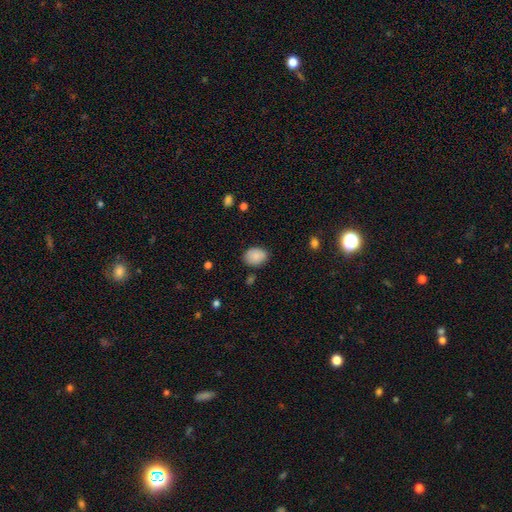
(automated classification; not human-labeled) smooth_or_featured: smooth (p=0.87) [alt: star or artifact p=0.08]
how_rounded: in between (p=0.68) [alt: round p=0.31]
merging: none (p=0.78) [alt: minor disturbance p=0.16]